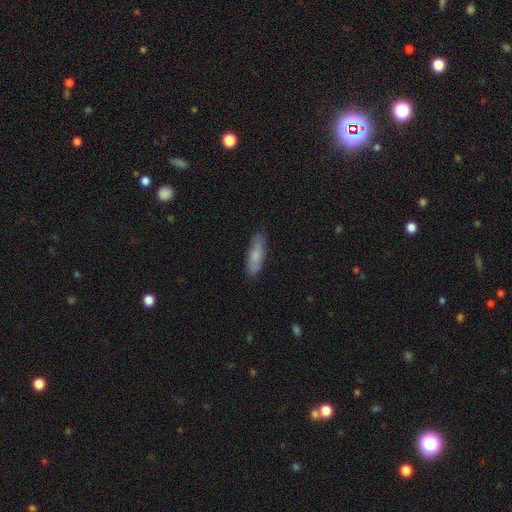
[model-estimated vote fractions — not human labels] This is likely a smooth galaxy (76%). How rounded: possibly cigar-shaped (57%). Merging: clearly none (83%).